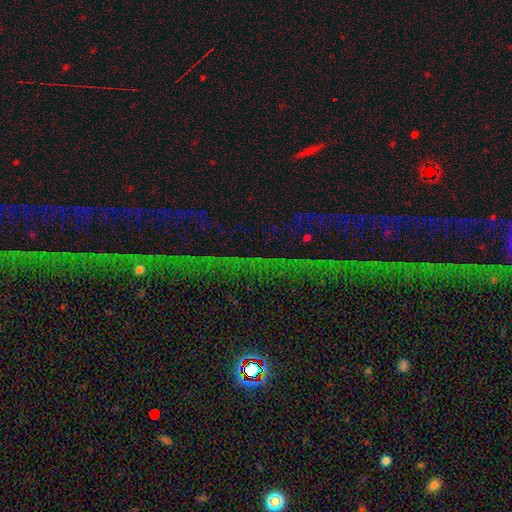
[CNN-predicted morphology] The model was most divided on "smooth or featured": star or artifact: 77%, featured or disk: 12%, smooth: 11%.